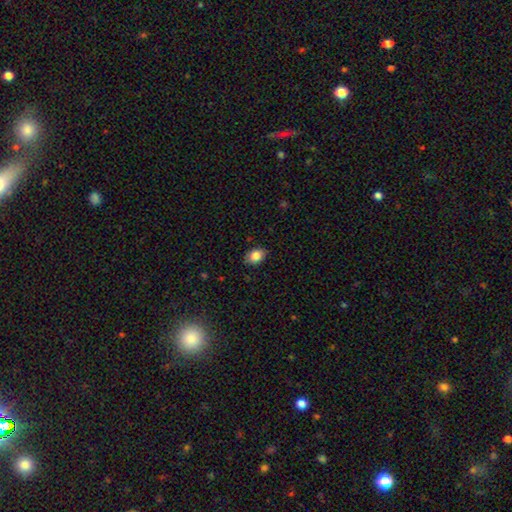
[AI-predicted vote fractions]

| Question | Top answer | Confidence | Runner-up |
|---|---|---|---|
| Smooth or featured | smooth | 84% | star or artifact (9%) |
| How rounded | in between | 71% | round (28%) |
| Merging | none | 85% | minor disturbance (12%) |